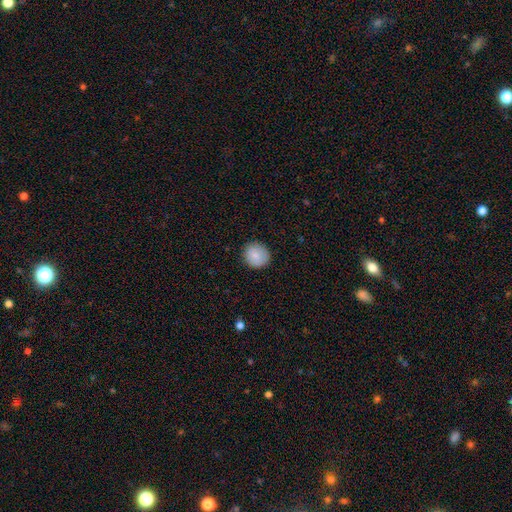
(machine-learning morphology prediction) Smooth or featured: smooth — 86% (star or artifact — 7%)
How rounded: round — 88% (in between — 11%)
Merging: none — 88% (minor disturbance — 9%)